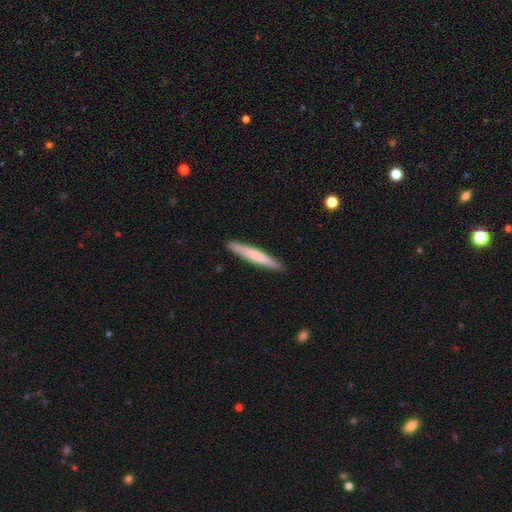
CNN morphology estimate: The model was most divided on "smooth or featured": smooth: 67%, featured or disk: 28%, star or artifact: 5%. More confident: how rounded — cigar-shaped (95%); merging — none (90%).